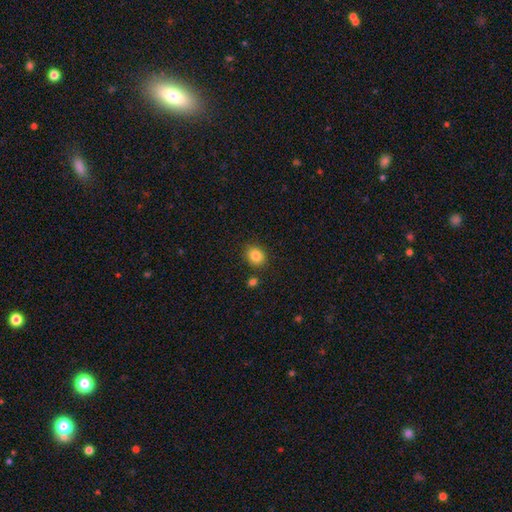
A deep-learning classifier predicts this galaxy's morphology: This appears to be a smooth galaxy with no disk features (84%) that is round (62%). Merging: none (85%).